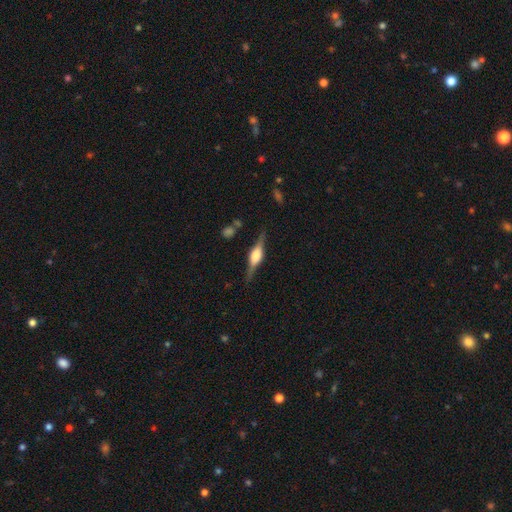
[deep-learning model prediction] smooth-or-featured: featured or disk: 76% | smooth: 17% | star or artifact: 6%
  disk-edge-on: yes: 97% | no: 3%
    edge-on-bulge: rounded: 82% | boxy: 16% | none: 2%
  merging: none: 84% | minor disturbance: 11% | major disturbance: 3% | merger: 2%